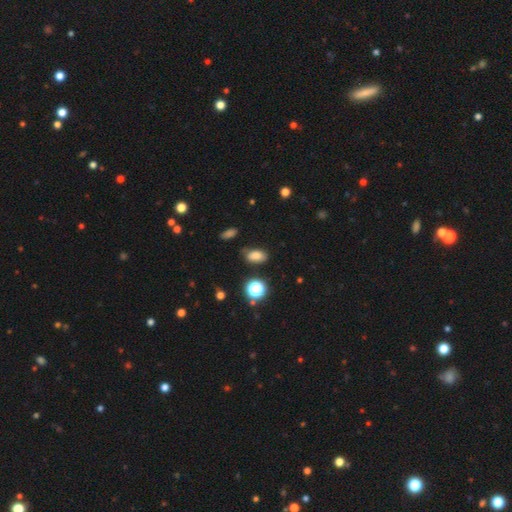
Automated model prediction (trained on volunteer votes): smooth_or_featured: smooth (p=0.77) [alt: star or artifact p=0.16]
how_rounded: in between (p=0.86) [alt: round p=0.11]
merging: none (p=0.75) [alt: minor disturbance p=0.16]